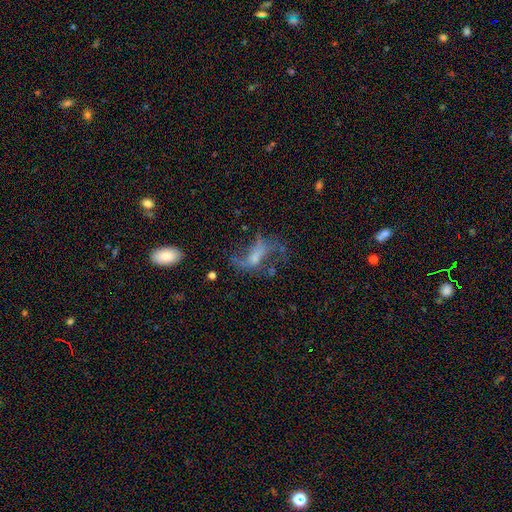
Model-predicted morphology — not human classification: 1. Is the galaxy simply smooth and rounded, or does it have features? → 57% featured or disk, 27% smooth, 16% star or artifact.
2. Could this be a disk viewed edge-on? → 92% no, 8% yes.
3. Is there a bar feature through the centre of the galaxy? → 55% no, 31% weak, 14% strong.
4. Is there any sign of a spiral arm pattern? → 50% yes (tied), 50% no (tied).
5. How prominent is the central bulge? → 39% small, 31% none, 24% moderate, 5% large, 2% dominant.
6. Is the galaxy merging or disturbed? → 43% major disturbance, 34% none, 17% minor disturbance, 7% merger.